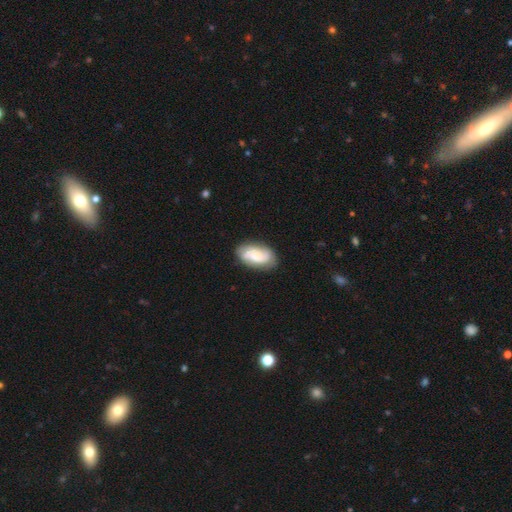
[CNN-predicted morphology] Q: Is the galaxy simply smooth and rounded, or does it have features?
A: featured or disk — 52%.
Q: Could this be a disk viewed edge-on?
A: no — 95%.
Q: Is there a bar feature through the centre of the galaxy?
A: no — 57%.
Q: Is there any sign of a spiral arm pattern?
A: yes — 87%.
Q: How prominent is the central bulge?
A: moderate — 44%.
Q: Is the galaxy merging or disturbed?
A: none — 76%.